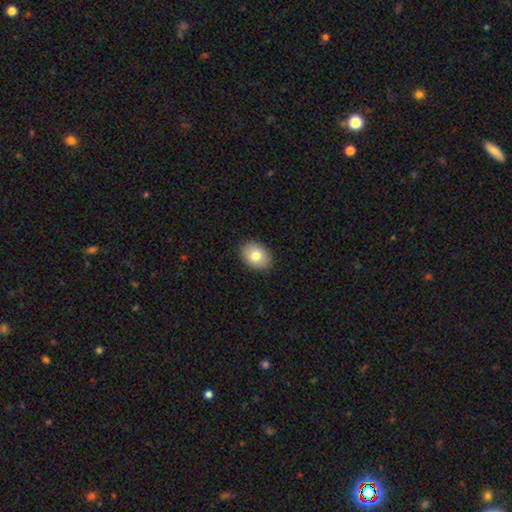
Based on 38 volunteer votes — This is likely a smooth galaxy (76%). How rounded: possibly in between (59%). Merging: clearly none (92%).